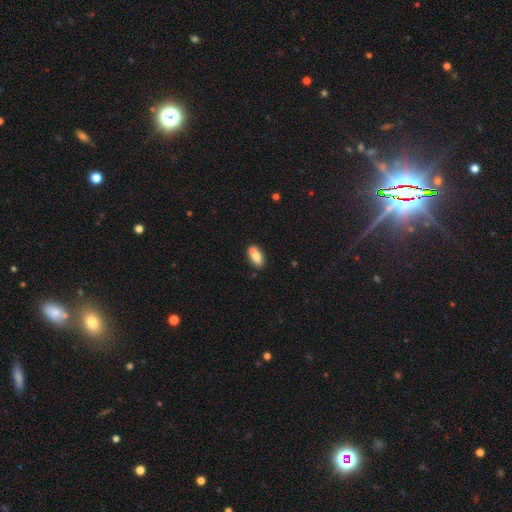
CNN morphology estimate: This is likely a smooth galaxy (74%). How rounded: clearly in between (86%). Merging: possibly none (49%).